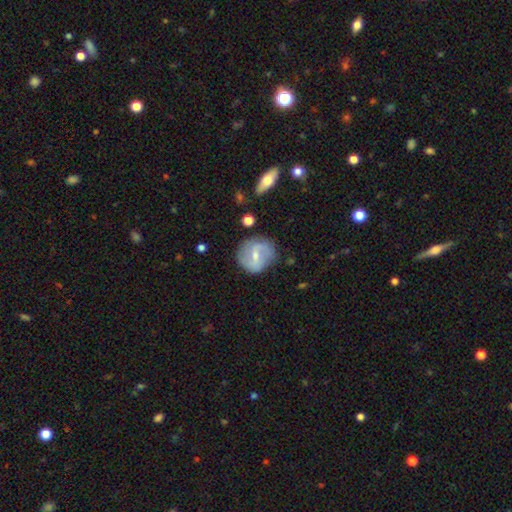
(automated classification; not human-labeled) Q: Smooth or featured?
A: featured or disk (66%); runner-up: smooth (28%)
Q: Edge-on disk?
A: no (97%); runner-up: yes (3%)
Q: Bar?
A: weak (54%); runner-up: strong (26%)
Q: Spiral arms?
A: yes (83%); runner-up: no (17%)
Q: Spiral winding?
A: medium (42%); runner-up: loose (37%)
Q: Spiral arm count?
A: 2 (81%); runner-up: can't tell (11%)
Q: Bulge size?
A: small (52%); runner-up: moderate (43%)
Q: Merging?
A: none (75%); runner-up: minor disturbance (17%)